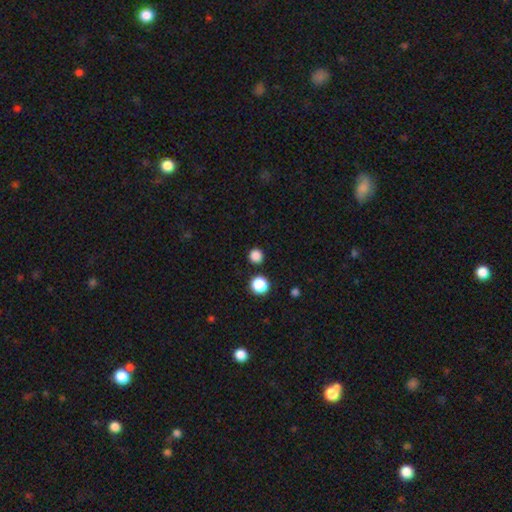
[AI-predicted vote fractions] Smooth or featured? Predicted: smooth (p=0.84). How rounded? Predicted: round (p=0.93). Merging? Predicted: none (p=0.89).